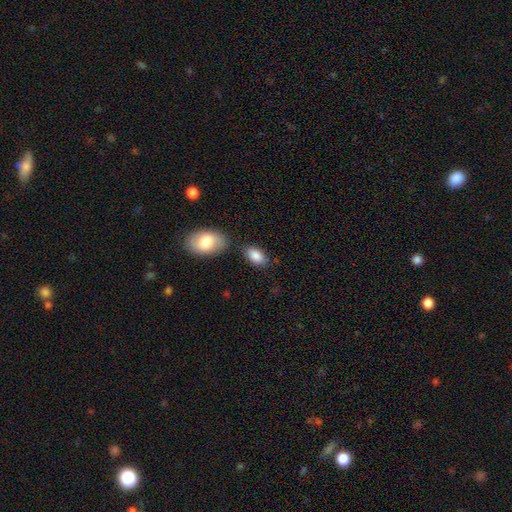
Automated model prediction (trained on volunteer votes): A smooth galaxy with no disk features (87%) that is in between round and cigar-shaped (93%).

Vote fractions:
- Smooth or featured? smooth: 87% / featured or disk: 7% / star or artifact: 7%
- How rounded? in between: 93% / round: 5% / cigar-shaped: 2%
- Merging? none: 72% / minor disturbance: 14% / merger: 10% / major disturbance: 4%